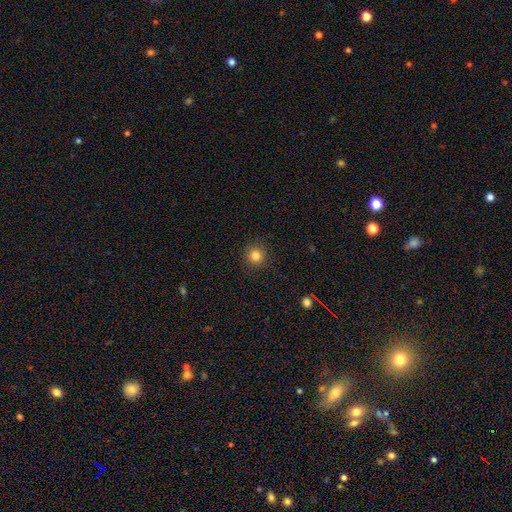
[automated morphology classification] The model was most divided on "smooth or featured": smooth: 83%, star or artifact: 12%, featured or disk: 5%. More confident: how rounded — round (94%); merging — none (91%).